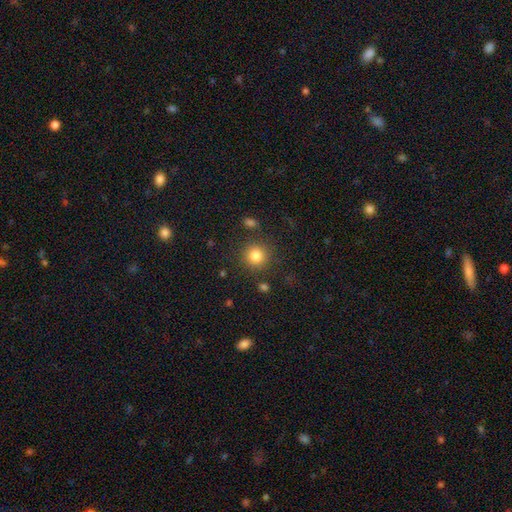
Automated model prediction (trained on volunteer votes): A smooth galaxy with no disk features (83%) that is round (93%).

Vote fractions:
- Smooth or featured? smooth: 83% / star or artifact: 12% / featured or disk: 6%
- How rounded? round: 93% / in between: 6% / cigar-shaped: 1%
- Merging? none: 85% / minor disturbance: 8% / merger: 3% / major disturbance: 3%